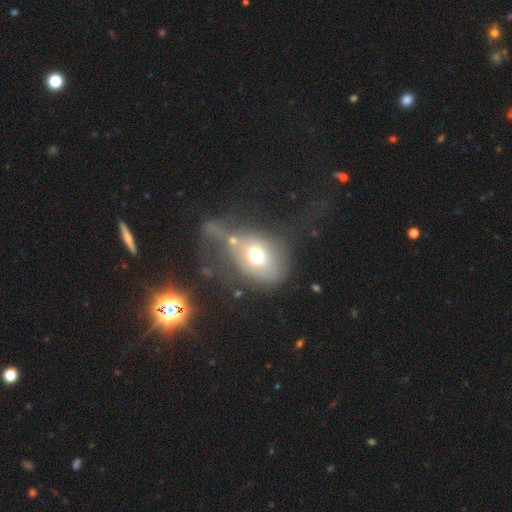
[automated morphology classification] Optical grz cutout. It shows a smooth galaxy with no disk features (57%) that is in between round and cigar-shaped (62%). Merging: major disturbance (42%).